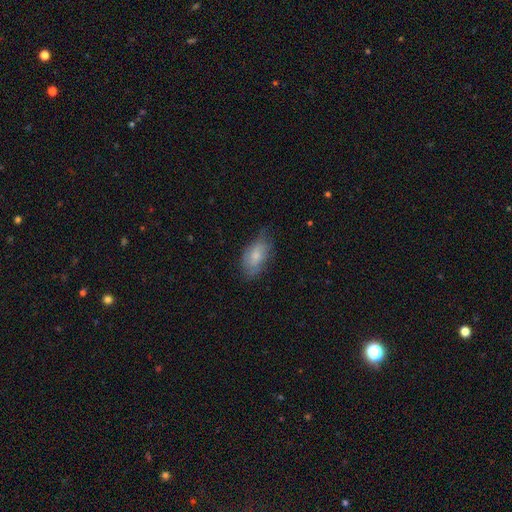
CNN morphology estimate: This appears to be a smooth galaxy with no disk features (70%) that is in between round and cigar-shaped (91%). Merging: none (63%).